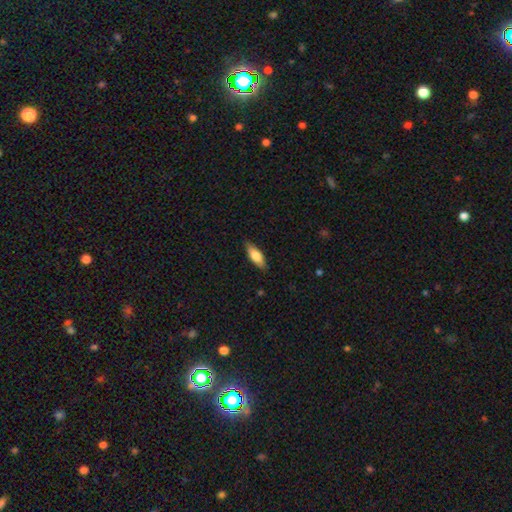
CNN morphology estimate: Smooth or featured? smooth (74%)
How rounded? in between (69%)
Merging? none (85%)